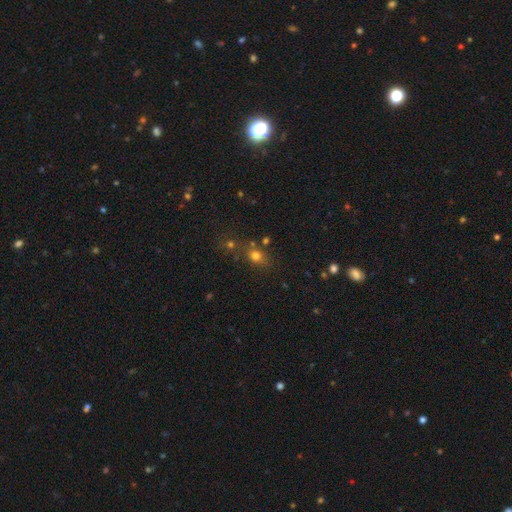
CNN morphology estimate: This is likely a smooth galaxy (70%). How rounded: likely round (63%). Merging: likely none (62%).